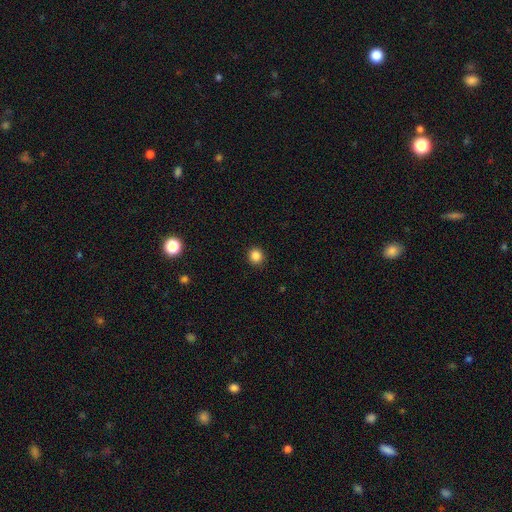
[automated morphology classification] Smooth or featured?
  - smooth: 85% *
  - star or artifact: 11%
  - featured or disk: 3%
How rounded?
  - round: 94% *
  - in between: 5%
  - cigar-shaped: 1%
Merging?
  - none: 93% *
  - minor disturbance: 5%
  - major disturbance: 2%
  - merger: 1%